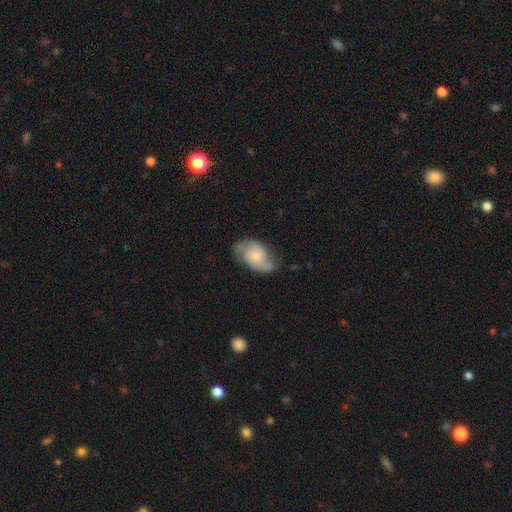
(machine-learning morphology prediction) smooth-or-featured: featured or disk: 60% | smooth: 33% | star or artifact: 7%
  disk-edge-on: no: 96% | yes: 4%
    bar: no: 67% | weak: 28% | strong: 5%
    has-spiral-arms: yes: 88% | no: 12%
      spiral-winding: medium: 43% | loose: 36% | tight: 20%
      spiral-arm-count: 2: 84% | can't tell: 9% | 1: 3% | 3: 2% | 4: 1% | more than 4: 1%
    bulge-size: small: 53% | moderate: 30% | none: 10% | large: 6% | dominant: 2%
  merging: none: 61% | minor disturbance: 26% | major disturbance: 11% | merger: 2%